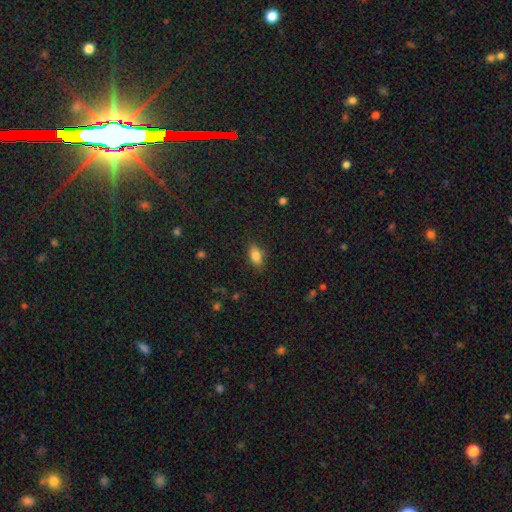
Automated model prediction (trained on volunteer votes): smooth-or-featured: smooth: 83% | star or artifact: 10% | featured or disk: 8%
  how-rounded: in between: 87% | round: 7% | cigar-shaped: 6%
  merging: none: 84% | minor disturbance: 12% | major disturbance: 3% | merger: 1%